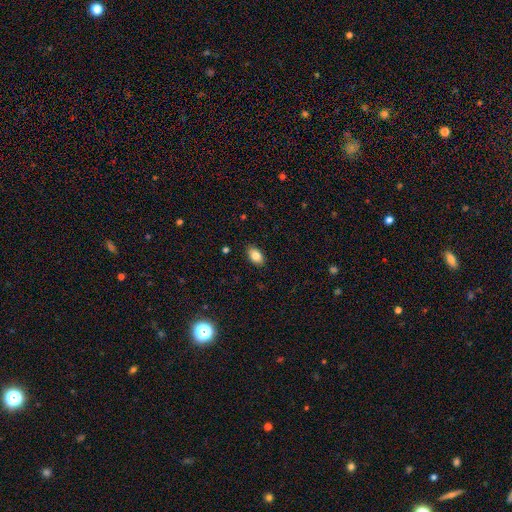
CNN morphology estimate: smooth_or_featured: smooth (p=0.84) [alt: star or artifact p=0.09]
how_rounded: in between (p=0.90) [alt: round p=0.08]
merging: none (p=0.88) [alt: minor disturbance p=0.09]